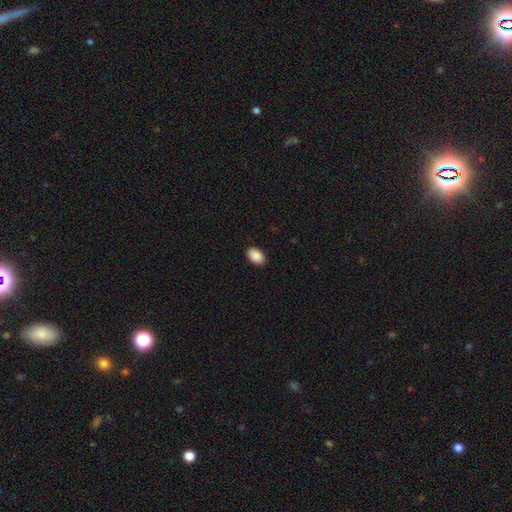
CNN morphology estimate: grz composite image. It shows a smooth galaxy with no disk features (90%) that is in between round and cigar-shaped (89%). Merging: none (89%).